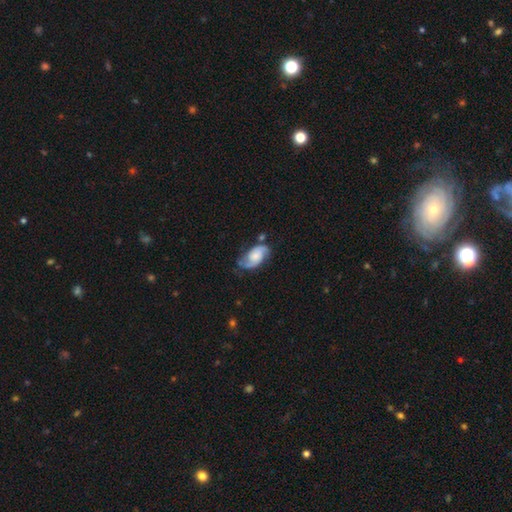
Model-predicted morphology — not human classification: featured or disk 74%, smooth 20%, star or artifact 6%. Down the decision tree: edge-on disk — no (96%); bar — no (64%); spiral arms — yes (95%); spiral arm count — 2 (88%); spiral winding — medium (45%); bulge size — small (31%); merging — none (62%).